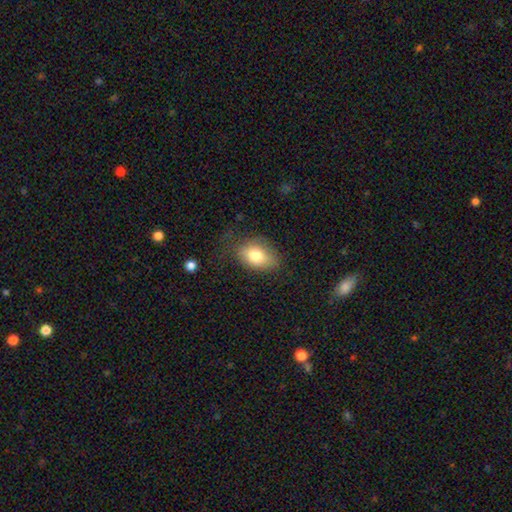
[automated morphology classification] A smooth galaxy with no disk features (79%) that is in between round and cigar-shaped (84%).

Vote fractions:
- Smooth or featured? smooth: 79% / featured or disk: 13% / star or artifact: 8%
- How rounded? in between: 84% / round: 15% / cigar-shaped: 1%
- Merging? none: 63% / minor disturbance: 25% / major disturbance: 11% / merger: 2%